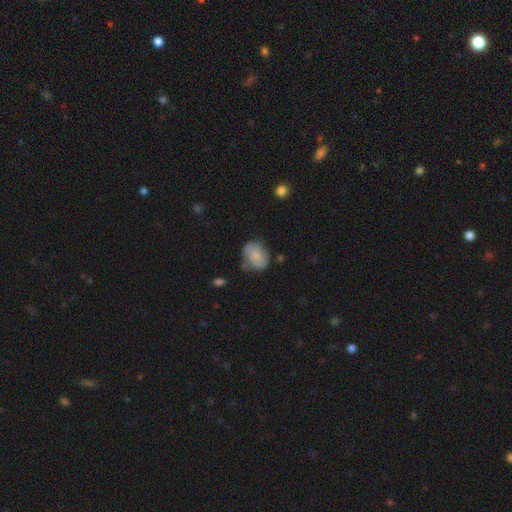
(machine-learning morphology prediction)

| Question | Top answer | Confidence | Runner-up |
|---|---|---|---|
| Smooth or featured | smooth | 52% | featured or disk (41%) |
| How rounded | in between | 61% | round (38%) |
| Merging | none | 61% | minor disturbance (26%) |